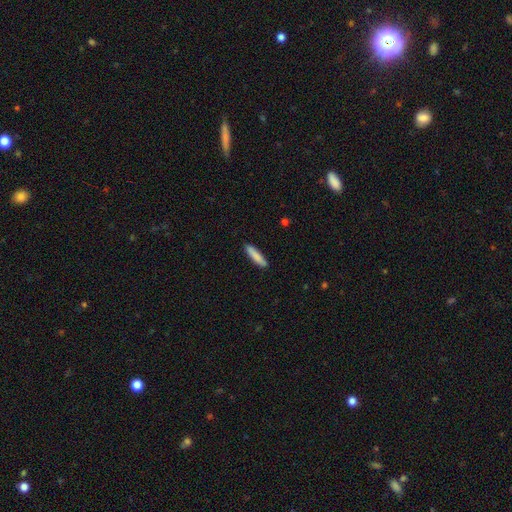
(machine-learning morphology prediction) Smooth or featured: smooth — 85% (featured or disk — 9%)
How rounded: cigar-shaped — 85% (in between — 13%)
Merging: none — 89% (minor disturbance — 8%)